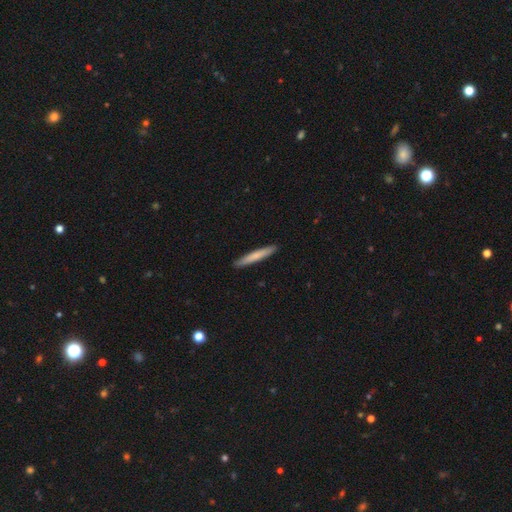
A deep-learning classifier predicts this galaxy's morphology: type=smooth (72%); roundness=cigar-shaped (96%); merging=none (92%).